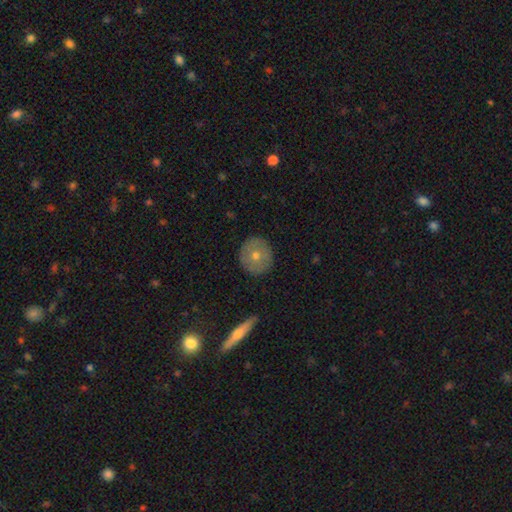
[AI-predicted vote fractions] A smooth galaxy with no disk features (55%) that is round (89%).

Vote fractions:
- Smooth or featured? smooth: 55% / featured or disk: 37% / star or artifact: 8%
- How rounded? round: 89% / in between: 10% / cigar-shaped: 1%
- Merging? none: 88% / minor disturbance: 9% / major disturbance: 2% / merger: 1%